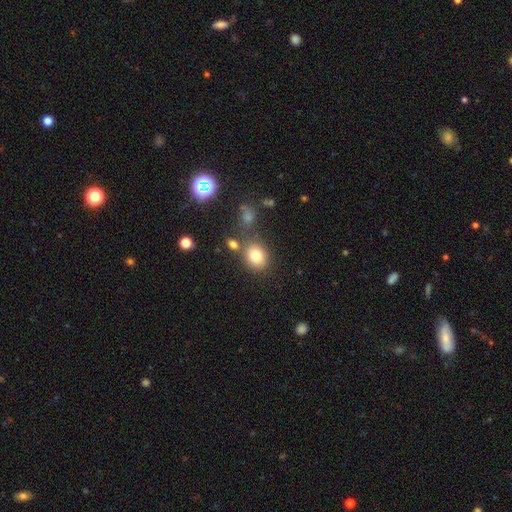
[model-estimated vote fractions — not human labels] This is likely a smooth galaxy (79%). How rounded: likely round (62%). Merging: likely none (71%).